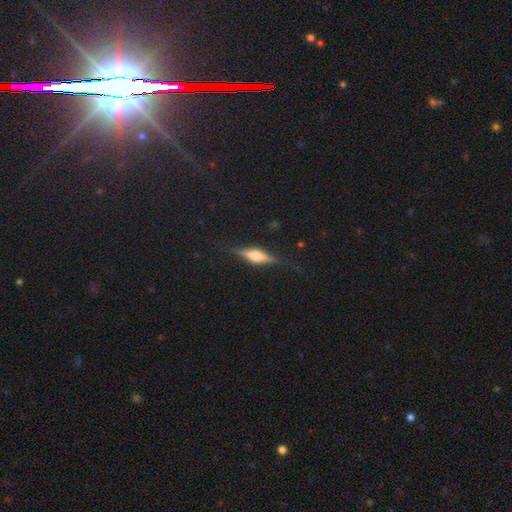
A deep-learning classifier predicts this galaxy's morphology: A featured or disk galaxy (63%) viewed edge-on (96%) with a rounded central bulge (86%).

Vote fractions:
- Smooth or featured? featured or disk: 63% / smooth: 29% / star or artifact: 7%
- Edge-on disk? yes: 96% / no: 4%
- Edge-on bulge? rounded: 86% / boxy: 11% / none: 3%
- Merging? none: 83% / minor disturbance: 12% / major disturbance: 4% / merger: 1%